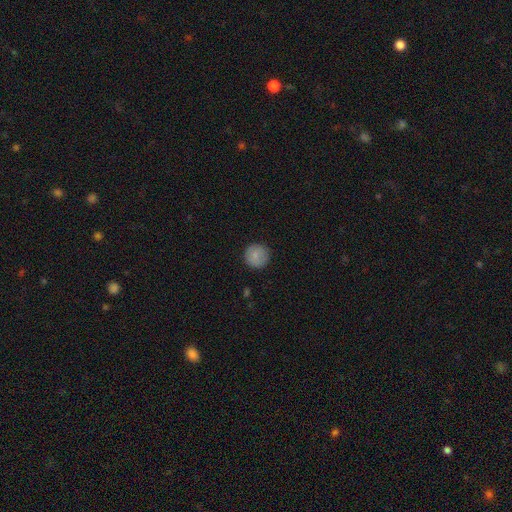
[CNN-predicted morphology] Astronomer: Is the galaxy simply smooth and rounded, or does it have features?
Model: smooth — 85%.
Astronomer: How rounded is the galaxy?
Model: round — 96%.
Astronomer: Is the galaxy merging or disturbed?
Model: none — 90%.